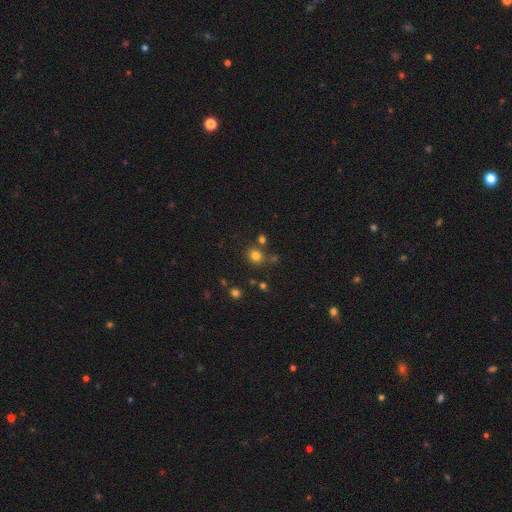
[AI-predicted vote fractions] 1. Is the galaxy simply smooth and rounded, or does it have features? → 76% smooth, 18% star or artifact, 7% featured or disk.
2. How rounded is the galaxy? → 83% round, 16% in between, 1% cigar-shaped.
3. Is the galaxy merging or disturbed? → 76% none, 10% merger, 10% minor disturbance, 4% major disturbance.